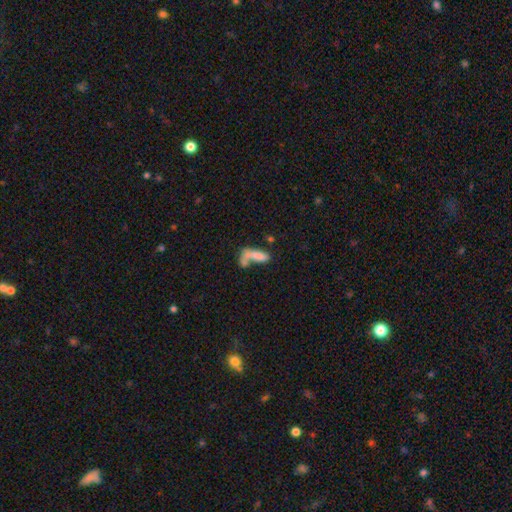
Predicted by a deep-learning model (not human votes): The model was most divided on "how rounded": in between: 53%, cigar-shaped: 43%, round: 4%. Remaining: smooth or featured — smooth (68%); merging — merger (48%).